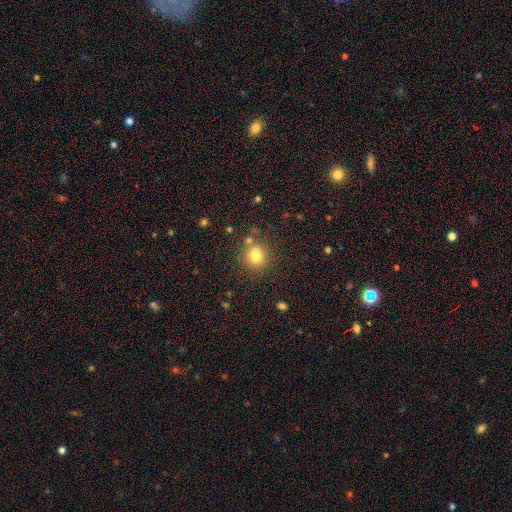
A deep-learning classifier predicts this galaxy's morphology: Smooth or featured? Predicted: smooth (p=0.75). How rounded? Predicted: round (p=0.87). Merging? Predicted: none (p=0.70).